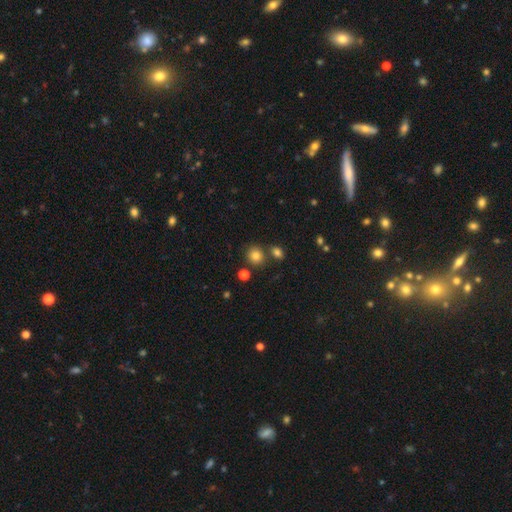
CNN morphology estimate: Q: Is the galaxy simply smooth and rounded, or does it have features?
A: smooth — 80%.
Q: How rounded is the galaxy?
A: round — 80%.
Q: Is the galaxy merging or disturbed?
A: none — 75%.